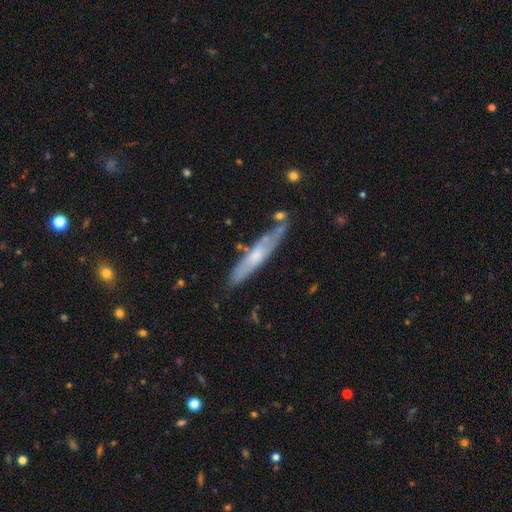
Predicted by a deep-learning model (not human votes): Overall: featured or disk (47%, tied with smooth). Merging: none (71%).